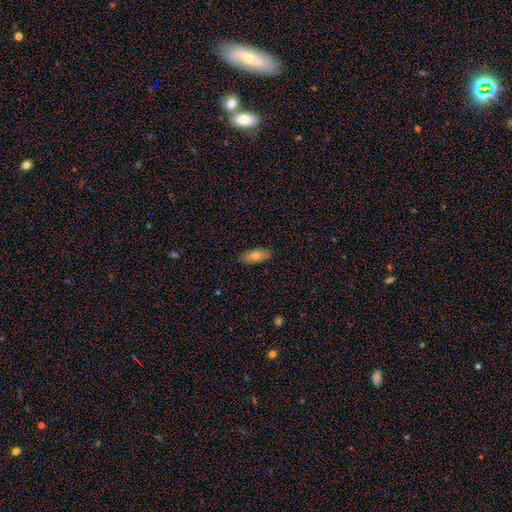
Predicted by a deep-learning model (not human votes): This appears to be a smooth galaxy with no disk features (71%) that is in between round and cigar-shaped (87%). Merging: none (86%).